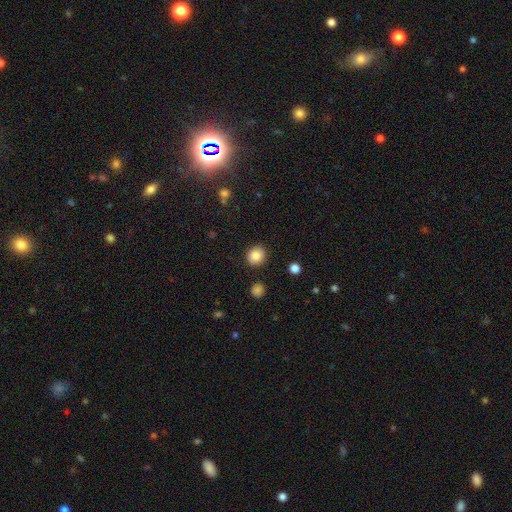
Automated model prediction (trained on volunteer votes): Smooth or featured? smooth (86%)
How rounded? round (80%)
Merging? none (89%)